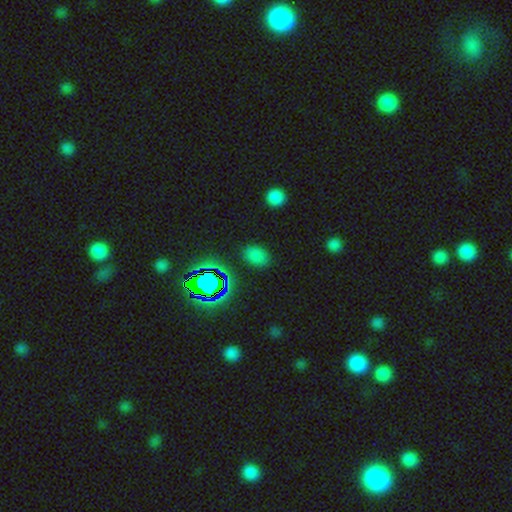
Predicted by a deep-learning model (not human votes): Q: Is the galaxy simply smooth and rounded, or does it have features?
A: smooth — 73%.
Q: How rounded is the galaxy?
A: in between — 76%.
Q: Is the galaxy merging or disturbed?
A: none — 85%.